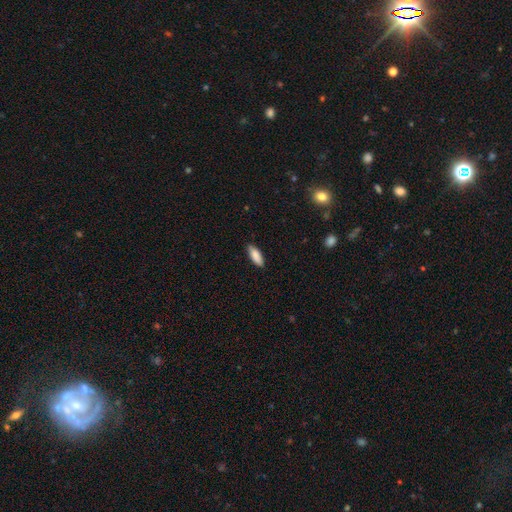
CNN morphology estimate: smooth 88%, featured or disk 6%, star or artifact 6%. Down the decision tree: how rounded — in between (69%); merging — none (86%).